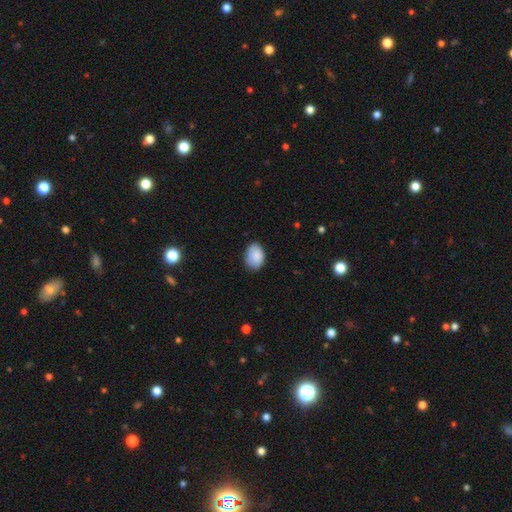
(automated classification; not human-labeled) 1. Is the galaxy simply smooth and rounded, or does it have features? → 89% smooth, 7% star or artifact, 5% featured or disk.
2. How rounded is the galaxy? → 83% in between, 16% round, 1% cigar-shaped.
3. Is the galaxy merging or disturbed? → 79% none, 17% minor disturbance, 3% major disturbance, 1% merger.